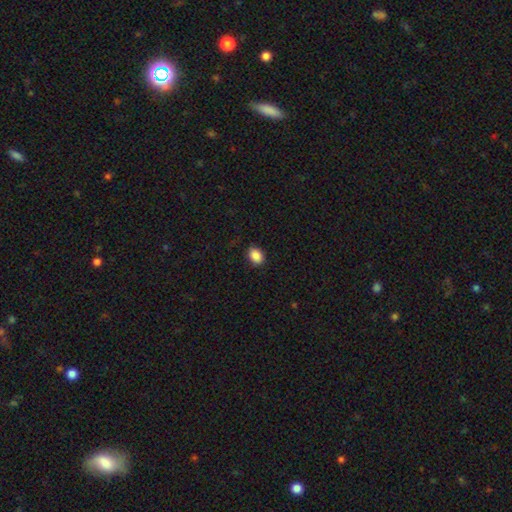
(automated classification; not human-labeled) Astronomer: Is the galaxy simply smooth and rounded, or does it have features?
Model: smooth — 89%.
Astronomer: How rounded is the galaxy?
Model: in between — 72%.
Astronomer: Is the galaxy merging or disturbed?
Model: none — 86%.